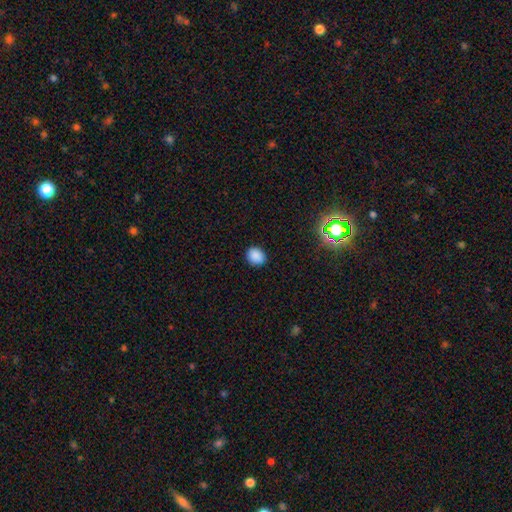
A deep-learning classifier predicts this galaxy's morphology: The model was most divided on "how rounded": round: 59%, in between: 40%, cigar-shaped: 1%. More confident: smooth or featured — smooth (86%); merging — none (86%).